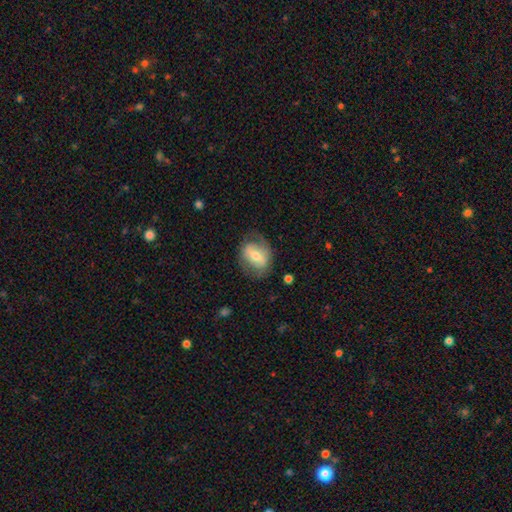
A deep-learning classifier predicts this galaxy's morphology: smooth_or_featured: featured or disk (p=0.47) [alt: smooth p=0.46]
merging: none (p=0.67) [alt: minor disturbance p=0.21]